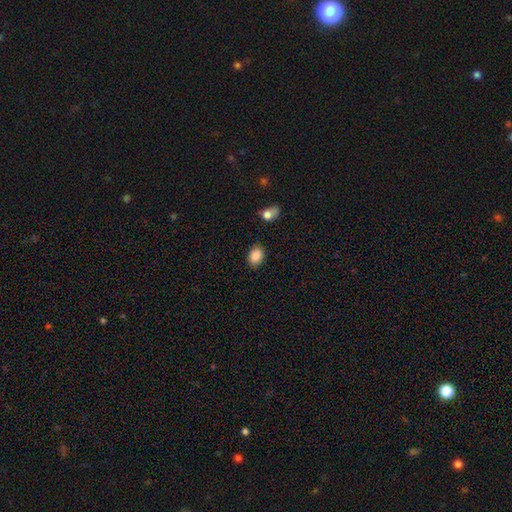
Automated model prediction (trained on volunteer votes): A smooth galaxy with no disk features (88%) that is in between round and cigar-shaped (73%). Merging: none (84%).